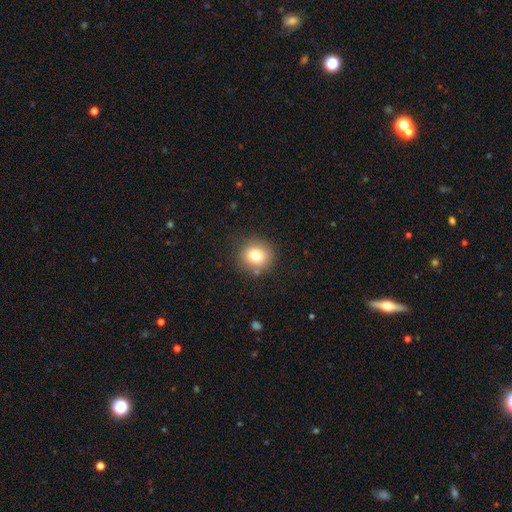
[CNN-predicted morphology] type=smooth (78%); roundness=round (90%); merging=none (86%).